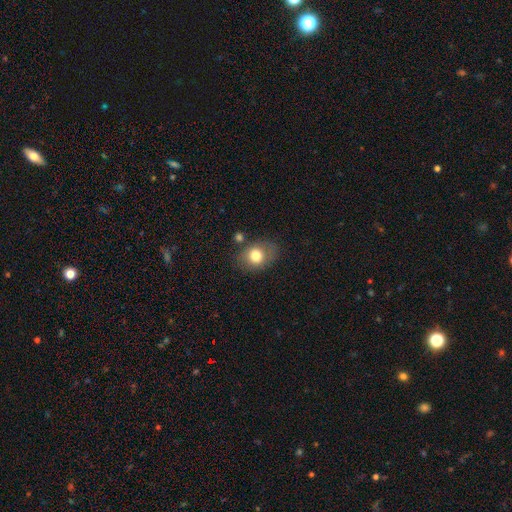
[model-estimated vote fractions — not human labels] Smooth or featured?
  - smooth: 75% *
  - featured or disk: 16%
  - star or artifact: 9%
How rounded?
  - in between: 54% *
  - round: 45%
  - cigar-shaped: 1%
Merging?
  - none: 68% *
  - minor disturbance: 18%
  - merger: 8%
  - major disturbance: 7%